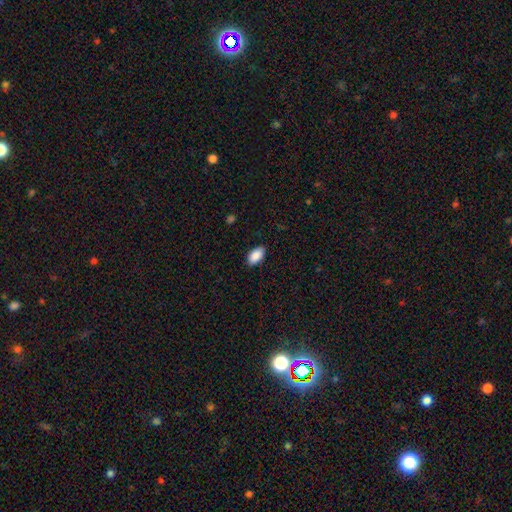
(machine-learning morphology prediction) smooth_or_featured: smooth (p=0.89) [alt: star or artifact p=0.07]
how_rounded: in between (p=0.94) [alt: round p=0.03]
merging: none (p=0.87) [alt: minor disturbance p=0.10]